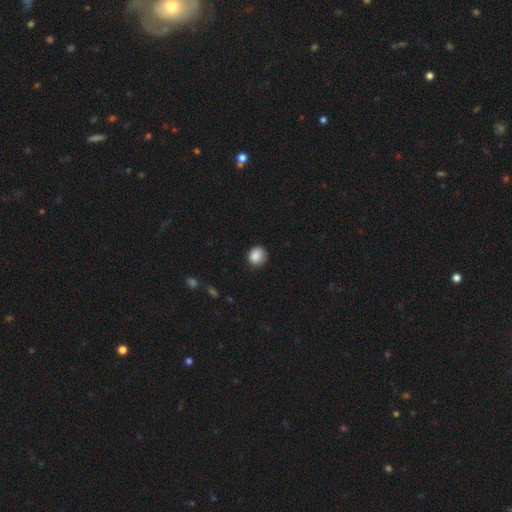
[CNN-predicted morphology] This appears to be a smooth galaxy with no disk features (87%) that is round (78%). Merging: none (78%).